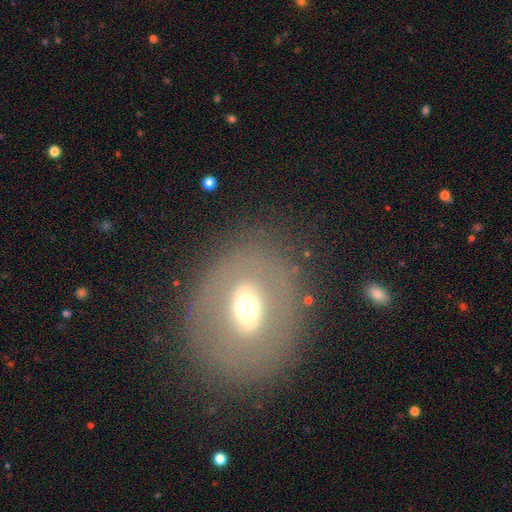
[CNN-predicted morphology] Smooth or featured? featured or disk (51%)
Edge-on disk? no (90%)
Merging? none (78%)